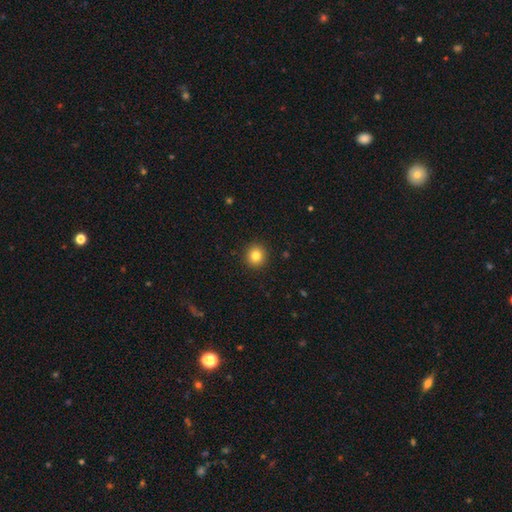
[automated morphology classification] Smooth or featured?
  - smooth: 82% *
  - star or artifact: 11%
  - featured or disk: 7%
How rounded?
  - round: 93% *
  - in between: 6%
  - cigar-shaped: 1%
Merging?
  - none: 93% *
  - minor disturbance: 5%
  - major disturbance: 2%
  - merger: 1%